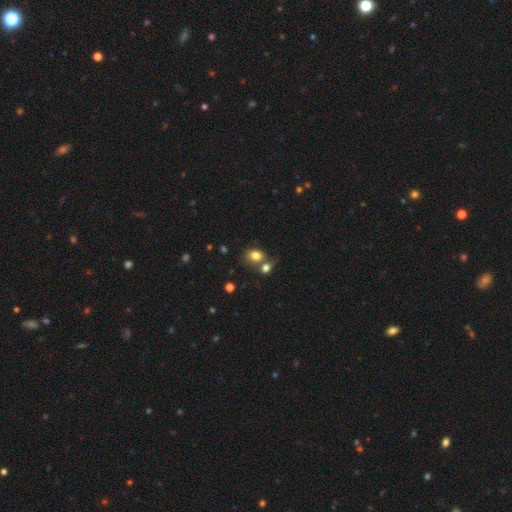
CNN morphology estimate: This is clearly a smooth galaxy (80%). How rounded: possibly in between (52%). Merging: possibly none (49%).